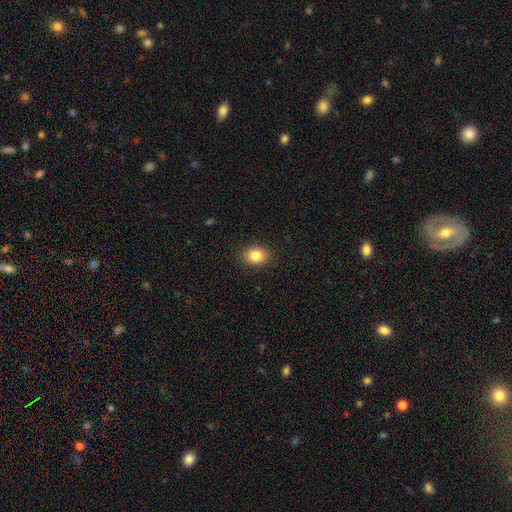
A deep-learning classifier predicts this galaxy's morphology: Smooth or featured? Predicted: smooth (p=0.85). How rounded? Predicted: in between (p=0.53). Merging? Predicted: none (p=0.89).